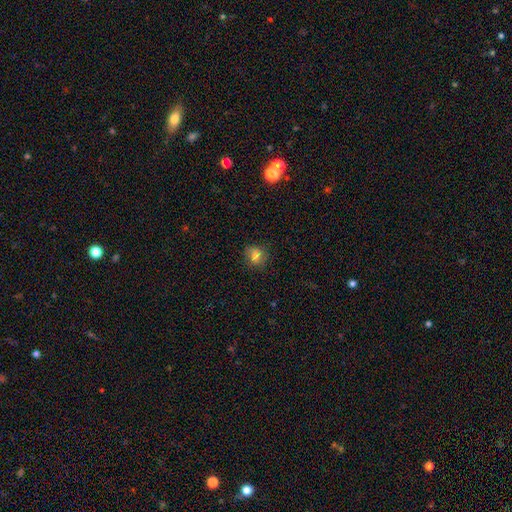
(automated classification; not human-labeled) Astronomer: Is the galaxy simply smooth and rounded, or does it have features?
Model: smooth — 78%.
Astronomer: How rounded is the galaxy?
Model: round — 69%.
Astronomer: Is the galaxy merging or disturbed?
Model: none — 77%.